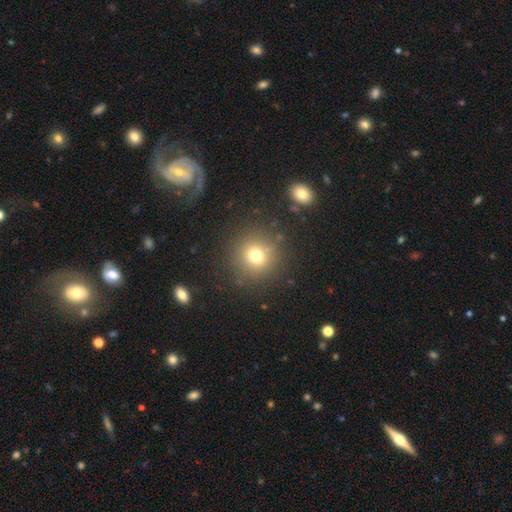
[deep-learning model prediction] Morphology: type=smooth (72%); roundness=round (92%); merging=none (85%).